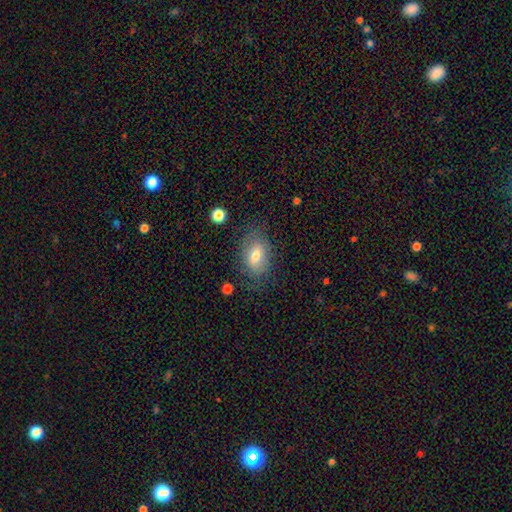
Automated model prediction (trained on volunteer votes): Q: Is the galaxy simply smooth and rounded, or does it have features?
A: smooth — 69%.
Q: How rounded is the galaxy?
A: in between — 85%.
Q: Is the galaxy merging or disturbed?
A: none — 72%.